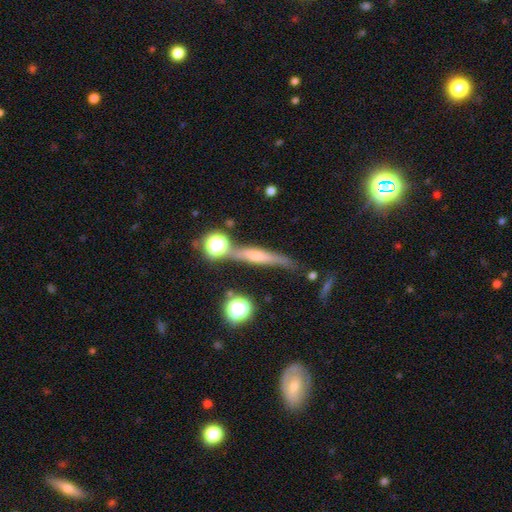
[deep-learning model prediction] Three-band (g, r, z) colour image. It shows a featured or disk galaxy (62%) viewed edge-on (90%) with a rounded central bulge (74%). Merging: none (67%).